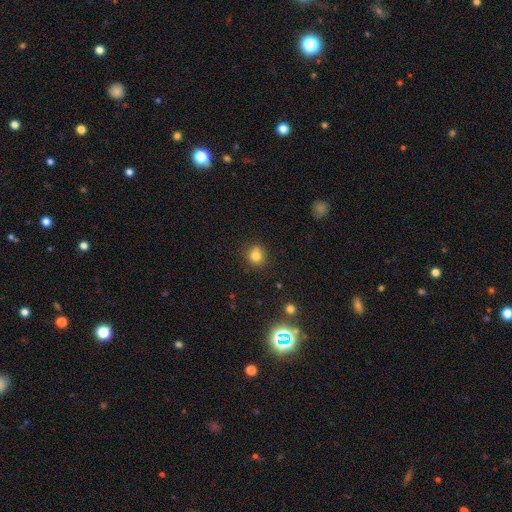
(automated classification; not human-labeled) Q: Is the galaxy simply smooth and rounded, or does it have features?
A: smooth — 78%.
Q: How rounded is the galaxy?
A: round — 88%.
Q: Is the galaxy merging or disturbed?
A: none — 77%.